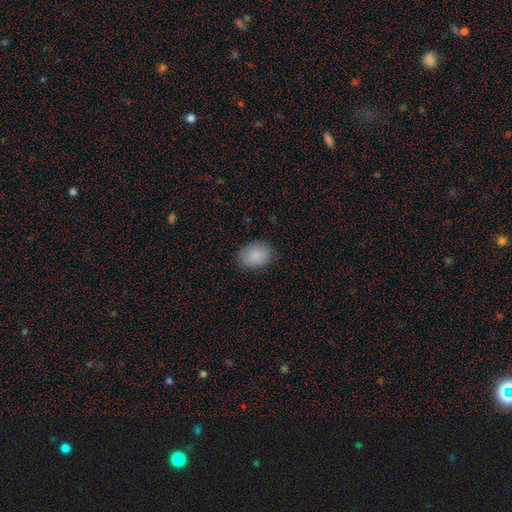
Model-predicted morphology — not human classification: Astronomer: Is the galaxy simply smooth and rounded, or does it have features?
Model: smooth — 88%.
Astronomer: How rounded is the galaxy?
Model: in between — 75%.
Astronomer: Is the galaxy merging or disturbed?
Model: none — 85%.